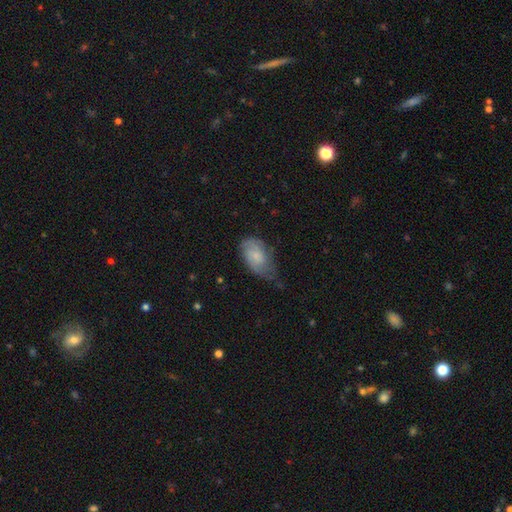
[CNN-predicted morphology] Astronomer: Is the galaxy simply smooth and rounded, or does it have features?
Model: smooth — 47% (runner-up: featured or disk, 46%).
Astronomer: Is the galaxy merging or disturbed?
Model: none — 42% (runner-up: minor disturbance, 39%).